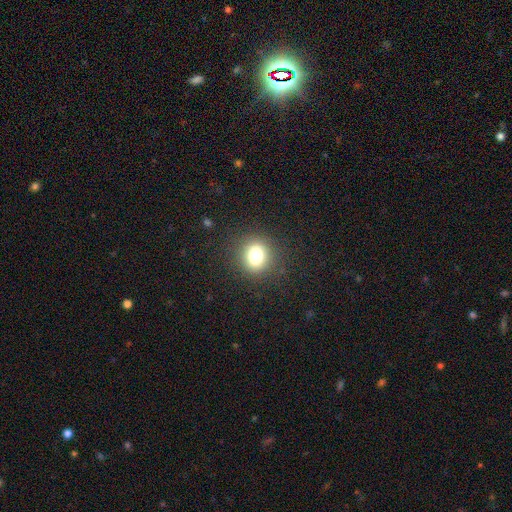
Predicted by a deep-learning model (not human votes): Smooth or featured? Predicted: smooth (p=0.79). How rounded? Predicted: round (p=0.73). Merging? Predicted: none (p=0.87).